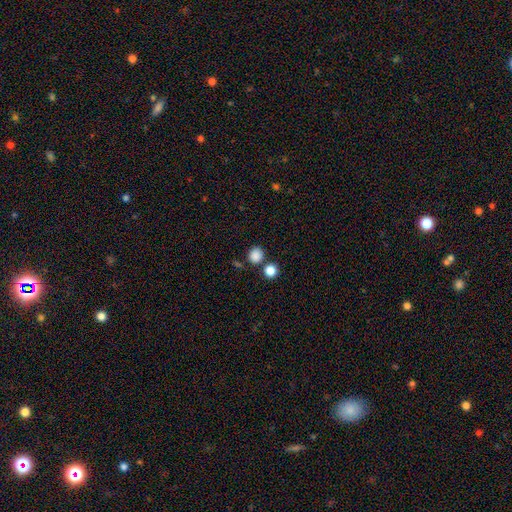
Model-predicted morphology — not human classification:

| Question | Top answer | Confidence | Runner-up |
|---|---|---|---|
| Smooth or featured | smooth | 85% | star or artifact (11%) |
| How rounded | round | 83% | in between (16%) |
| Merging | none | 76% | merger (12%) |